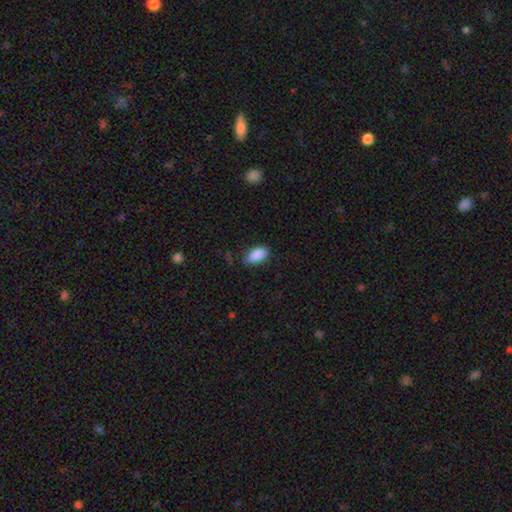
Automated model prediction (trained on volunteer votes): smooth-or-featured: smooth: 89% | star or artifact: 7% | featured or disk: 4%
  how-rounded: in between: 93% | cigar-shaped: 4% | round: 3%
  merging: none: 77% | minor disturbance: 17% | major disturbance: 4% | merger: 1%